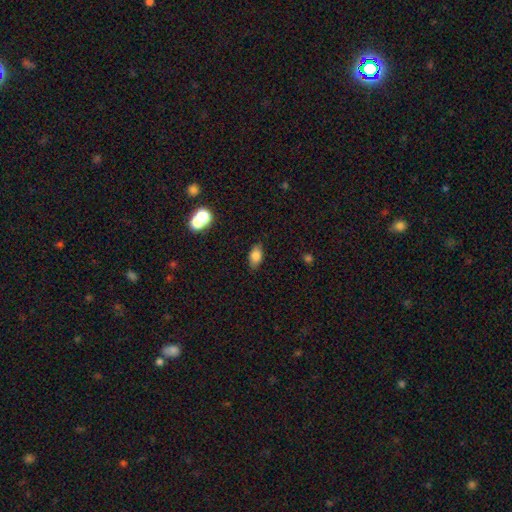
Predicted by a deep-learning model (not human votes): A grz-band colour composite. It shows a smooth galaxy with no disk features (82%) that is in between round and cigar-shaped (89%). Merging: none (83%).